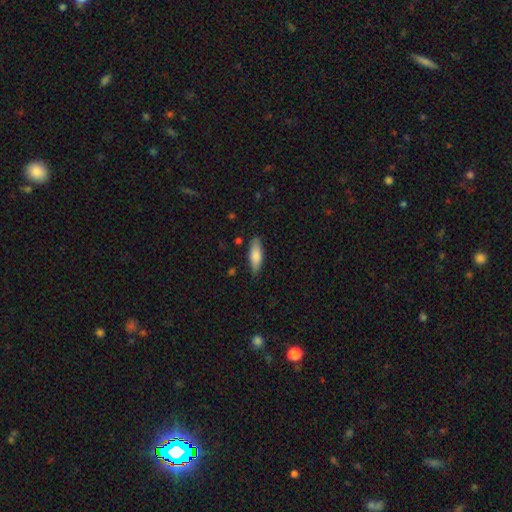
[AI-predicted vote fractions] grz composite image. It shows a smooth galaxy with no disk features (80%) that is in between round and cigar-shaped (55%). Merging: none (83%).